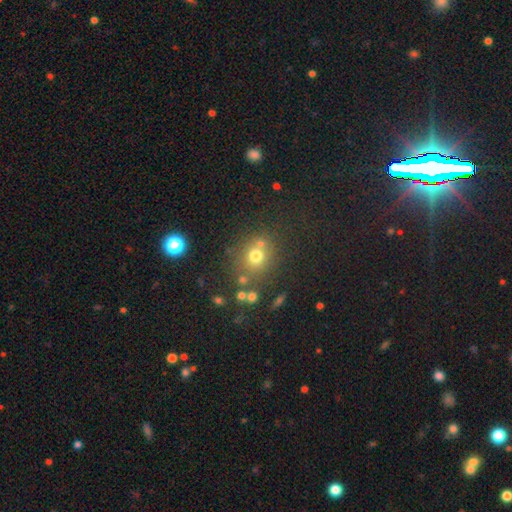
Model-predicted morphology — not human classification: type=smooth (68%); roundness=round (82%); merging=none (70%).